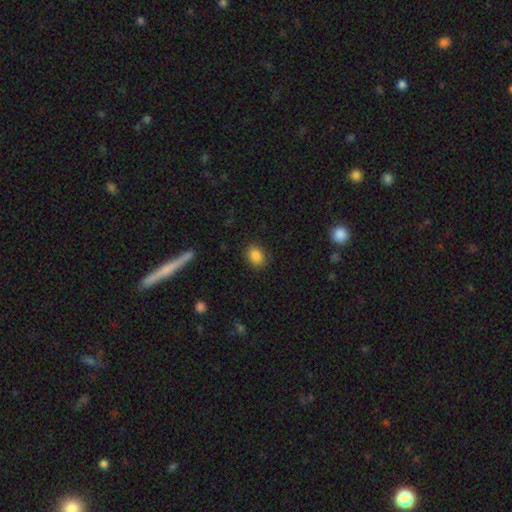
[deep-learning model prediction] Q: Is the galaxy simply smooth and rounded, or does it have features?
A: smooth — 86%.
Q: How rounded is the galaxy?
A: in between — 59%.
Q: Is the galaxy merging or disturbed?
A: none — 86%.